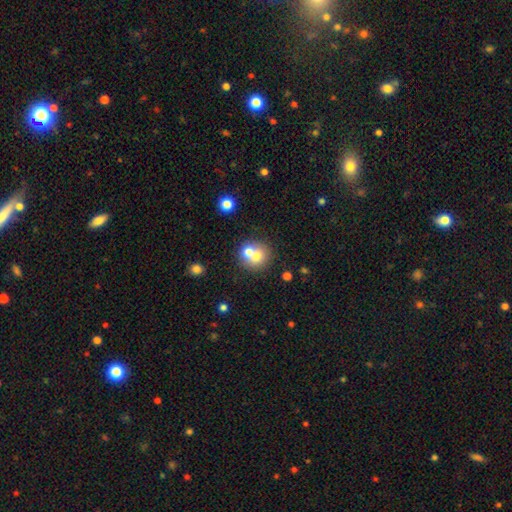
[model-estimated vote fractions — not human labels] This appears to be a smooth galaxy with no disk features (68%) that is round (87%). Merging: merger (46%).